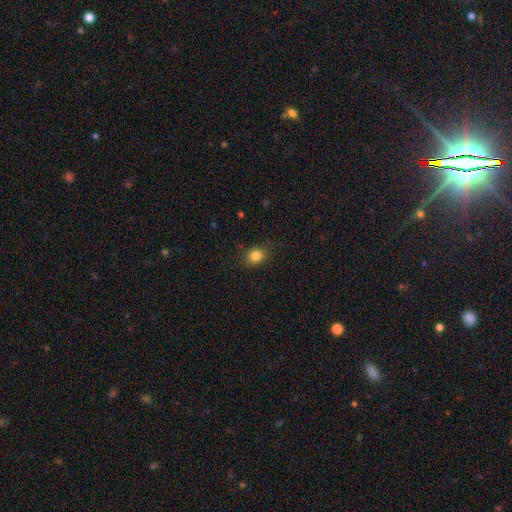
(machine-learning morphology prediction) Smooth or featured?
  - smooth: 83% *
  - star or artifact: 11%
  - featured or disk: 6%
How rounded?
  - round: 52% *
  - in between: 47%
  - cigar-shaped: 1%
Merging?
  - none: 86% *
  - minor disturbance: 11%
  - major disturbance: 3%
  - merger: 1%